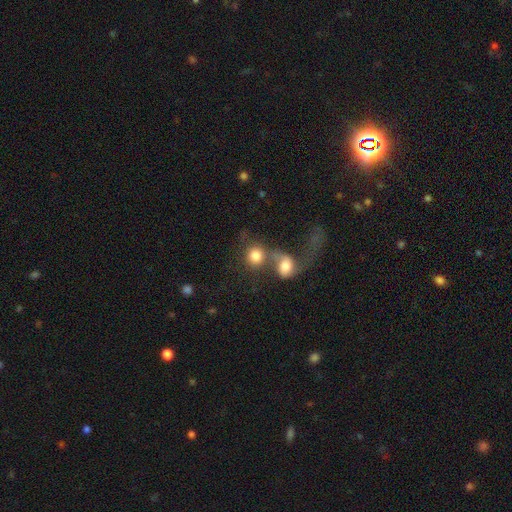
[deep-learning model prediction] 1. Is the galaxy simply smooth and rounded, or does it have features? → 74% smooth, 18% featured or disk, 9% star or artifact.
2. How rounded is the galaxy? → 79% round, 20% in between, 1% cigar-shaped.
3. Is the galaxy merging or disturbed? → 67% merger, 18% none, 9% major disturbance, 6% minor disturbance.